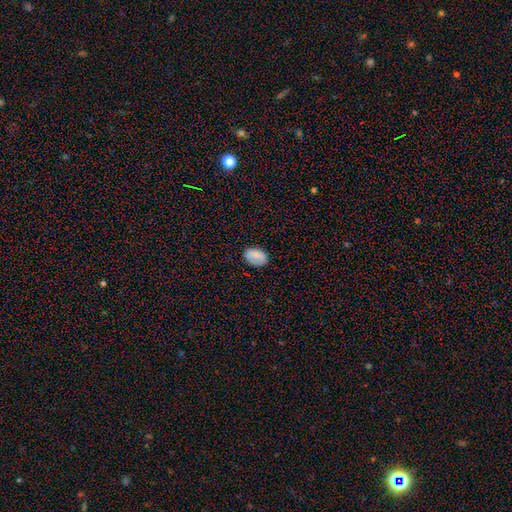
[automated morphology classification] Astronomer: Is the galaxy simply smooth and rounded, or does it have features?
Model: smooth — 85%.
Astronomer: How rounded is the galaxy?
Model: in between — 84%.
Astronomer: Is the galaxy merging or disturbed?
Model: none — 81%.